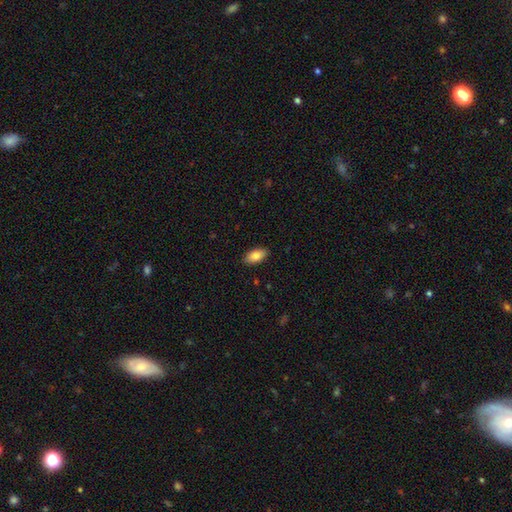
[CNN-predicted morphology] Smooth or featured: smooth — 84% (featured or disk — 10%)
How rounded: in between — 93% (round — 3%)
Merging: none — 89% (minor disturbance — 9%)